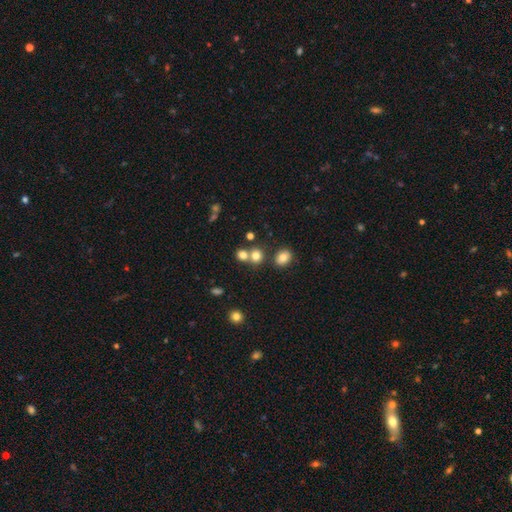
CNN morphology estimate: type=smooth (76%); roundness=round (81%); merging=none (56%).